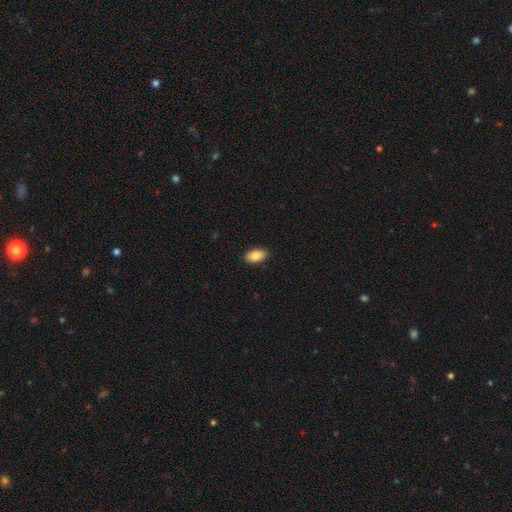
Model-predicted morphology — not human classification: Q: Smooth or featured?
A: smooth (88%); runner-up: star or artifact (7%)
Q: How rounded?
A: in between (94%); runner-up: round (3%)
Q: Merging?
A: none (90%); runner-up: minor disturbance (7%)